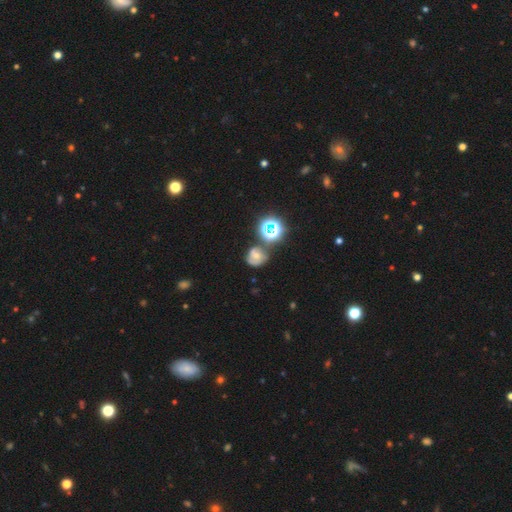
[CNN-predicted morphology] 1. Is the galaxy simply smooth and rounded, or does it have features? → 40% featured or disk, 37% smooth, 23% star or artifact.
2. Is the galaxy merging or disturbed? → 56% none, 20% minor disturbance, 15% merger, 9% major disturbance.